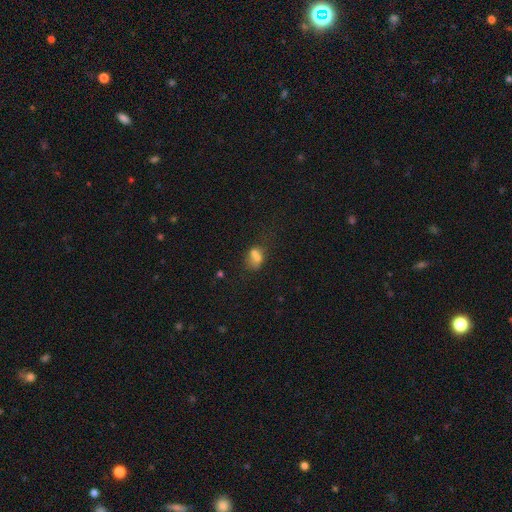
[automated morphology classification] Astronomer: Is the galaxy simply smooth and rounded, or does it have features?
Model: smooth — 63%.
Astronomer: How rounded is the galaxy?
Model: in between — 59% (runner-up: round, 39%).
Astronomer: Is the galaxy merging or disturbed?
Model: merger — 50% (runner-up: none, 29%).